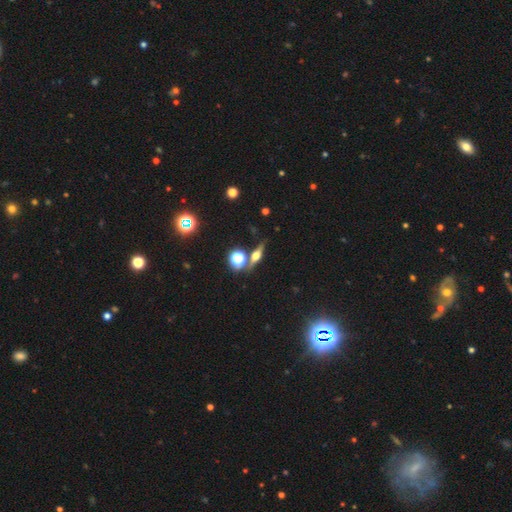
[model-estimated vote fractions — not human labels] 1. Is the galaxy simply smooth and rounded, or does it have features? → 63% featured or disk, 23% smooth, 13% star or artifact.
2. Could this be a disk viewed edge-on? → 93% yes, 7% no.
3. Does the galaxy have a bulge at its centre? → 94% rounded, 4% boxy, 2% none.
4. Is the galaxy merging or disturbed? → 79% none, 9% minor disturbance, 9% merger, 3% major disturbance.